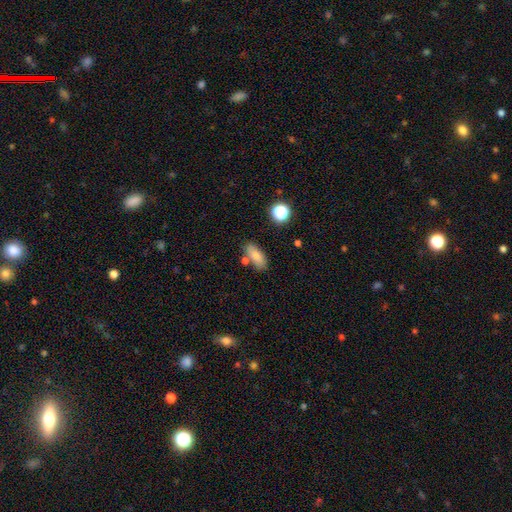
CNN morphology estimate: Smooth or featured: smooth — 81% (featured or disk — 10%)
How rounded: in between — 80% (cigar-shaped — 16%)
Merging: none — 71% (minor disturbance — 14%)